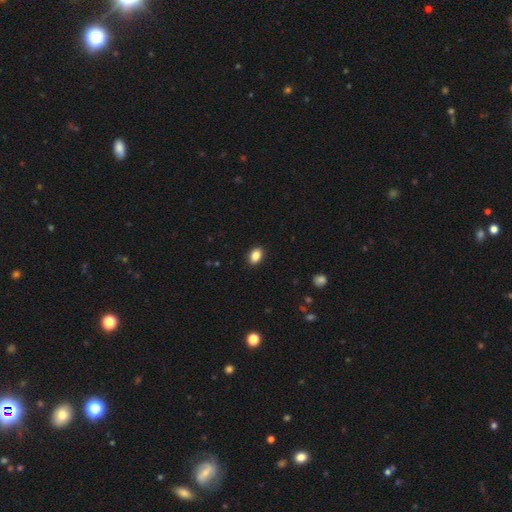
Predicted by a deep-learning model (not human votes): Smooth or featured?
  - smooth: 87% *
  - star or artifact: 9%
  - featured or disk: 4%
How rounded?
  - in between: 79% *
  - round: 20%
  - cigar-shaped: 1%
Merging?
  - none: 90% *
  - minor disturbance: 7%
  - major disturbance: 2%
  - merger: 1%